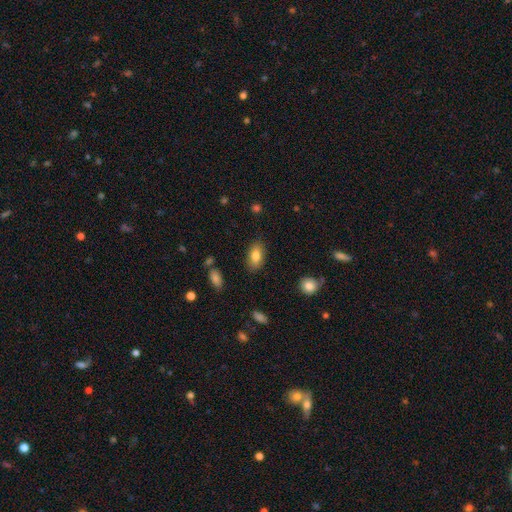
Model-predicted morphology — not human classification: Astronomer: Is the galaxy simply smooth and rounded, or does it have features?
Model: smooth — 82%.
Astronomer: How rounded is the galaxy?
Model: in between — 91%.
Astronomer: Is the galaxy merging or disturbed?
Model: none — 85%.